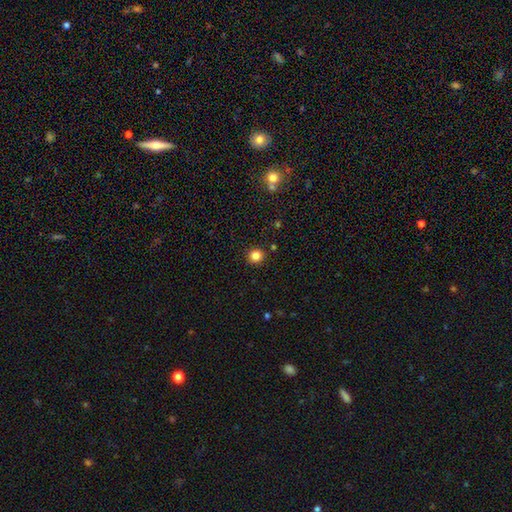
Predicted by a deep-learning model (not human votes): A smooth galaxy with no disk features (83%) that is round (92%). Merging: none (92%).